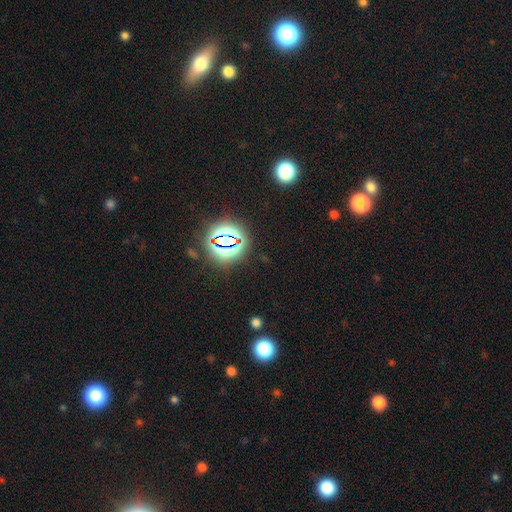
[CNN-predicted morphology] Overall: star or artifact (77%).